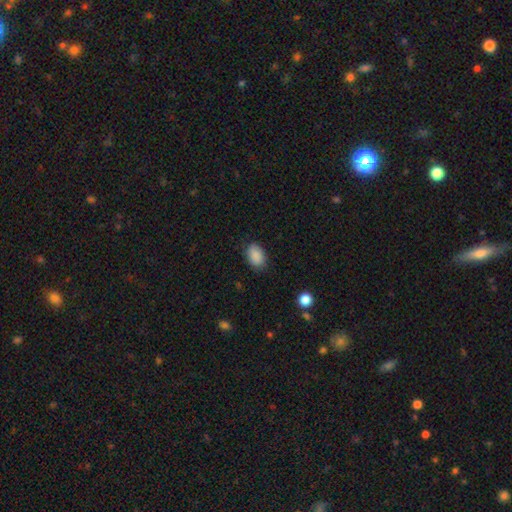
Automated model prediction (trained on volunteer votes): Smooth or featured? Predicted: smooth (p=0.89). How rounded? Predicted: in between (p=0.85). Merging? Predicted: none (p=0.81).